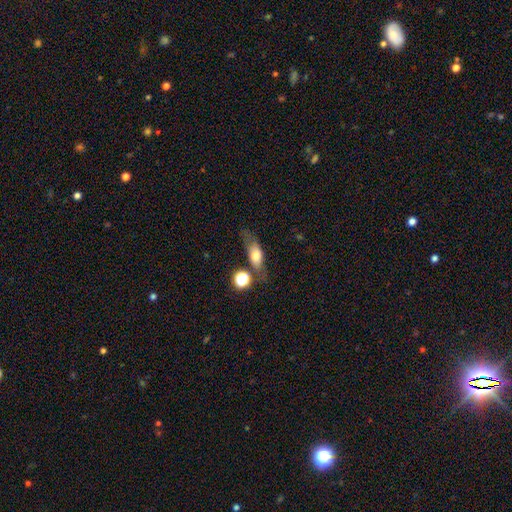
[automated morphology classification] A smooth galaxy with no disk features (62%) that is in between round and cigar-shaped (61%).

Vote fractions:
- Smooth or featured? smooth: 62% / featured or disk: 28% / star or artifact: 10%
- How rounded? in between: 61% / cigar-shaped: 27% / round: 12%
- Merging? none: 57% / minor disturbance: 20% / major disturbance: 12% / merger: 11%